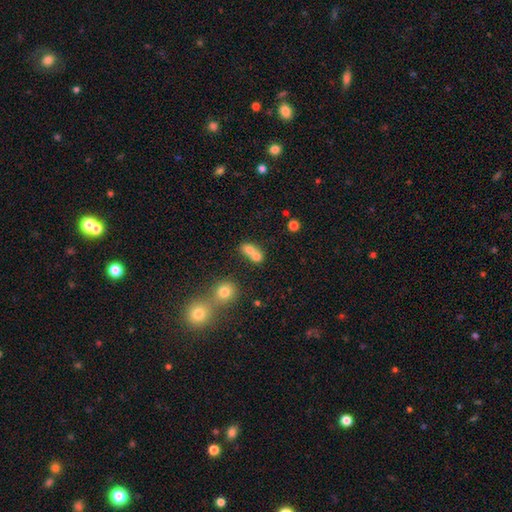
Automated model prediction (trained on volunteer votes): Smooth or featured?
  - smooth: 71% *
  - featured or disk: 16%
  - star or artifact: 13%
How rounded?
  - round: 49% *
  - in between: 48%
  - cigar-shaped: 3%
Merging?
  - merger: 66% *
  - none: 24%
  - minor disturbance: 7%
  - major disturbance: 4%